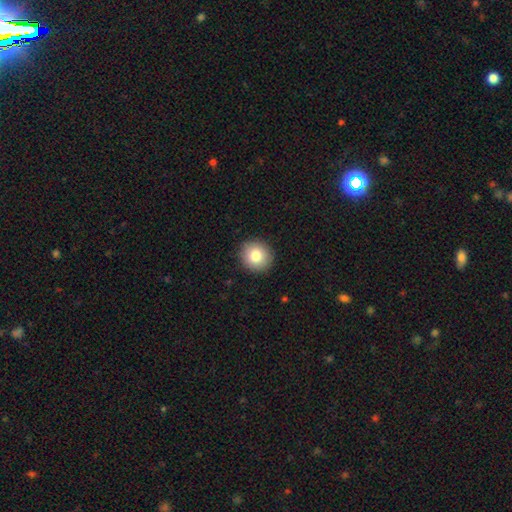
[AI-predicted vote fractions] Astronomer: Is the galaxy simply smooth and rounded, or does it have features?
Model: smooth — 81%.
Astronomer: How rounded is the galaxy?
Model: round — 90%.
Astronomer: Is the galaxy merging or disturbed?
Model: none — 91%.